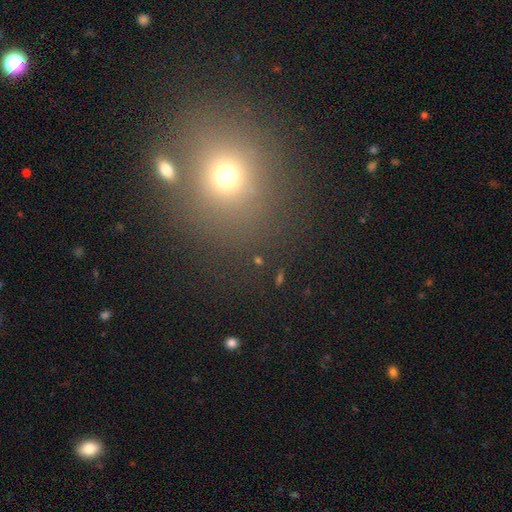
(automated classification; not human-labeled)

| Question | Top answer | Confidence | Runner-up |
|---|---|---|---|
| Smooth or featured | smooth | 62% | star or artifact (29%) |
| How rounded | round | 78% | in between (21%) |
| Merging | none | 84% | minor disturbance (7%) |